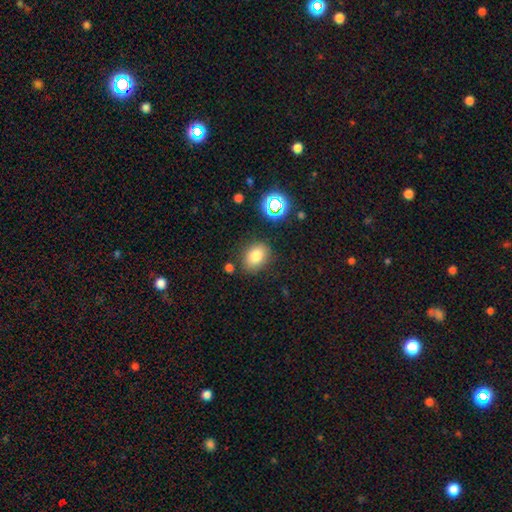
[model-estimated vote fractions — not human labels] smooth_or_featured: smooth (p=0.78) [alt: star or artifact p=0.14]
how_rounded: in between (p=0.59) [alt: round p=0.39]
merging: none (p=0.81) [alt: minor disturbance p=0.12]